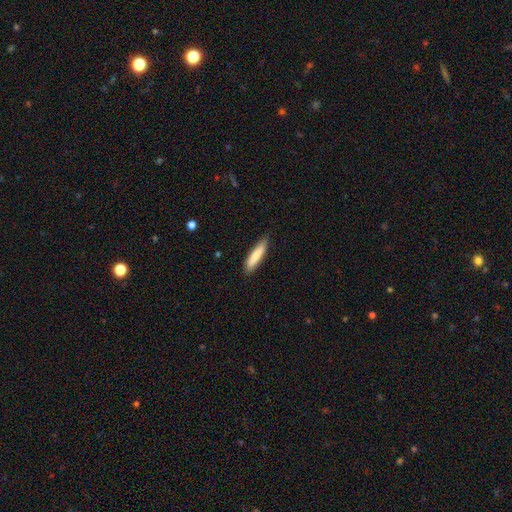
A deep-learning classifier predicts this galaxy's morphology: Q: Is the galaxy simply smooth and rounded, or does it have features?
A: smooth — 82%.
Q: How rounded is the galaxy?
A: cigar-shaped — 82%.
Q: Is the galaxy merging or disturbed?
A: none — 84%.